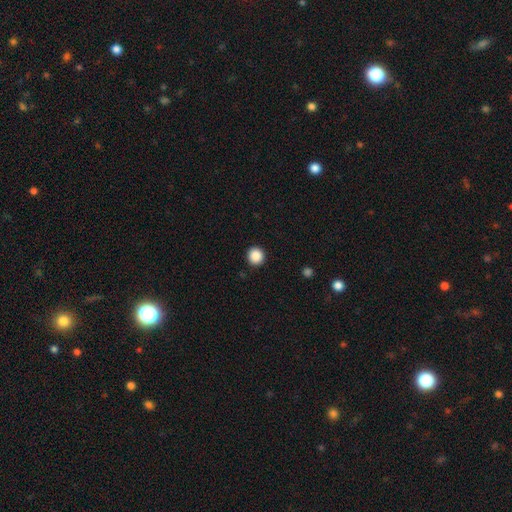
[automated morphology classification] This appears to be a smooth galaxy with no disk features (88%) that is round (95%). Merging: none (93%).